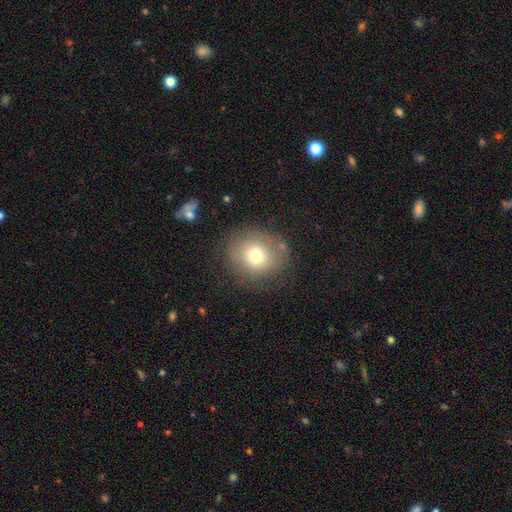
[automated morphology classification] This appears to be a smooth galaxy with no disk features (73%) that is round (83%). Merging: none (77%).